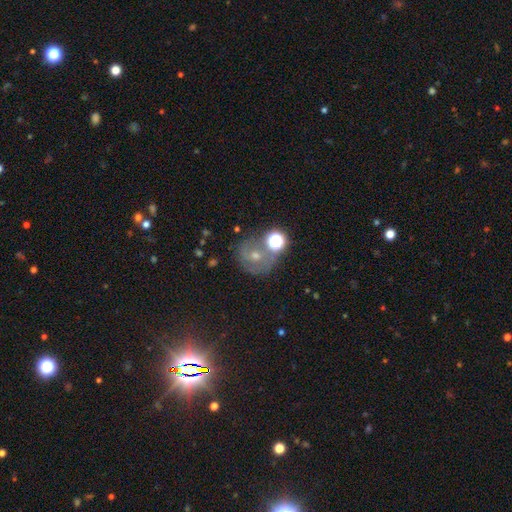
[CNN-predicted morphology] smooth-or-featured: featured or disk: 40% | smooth: 37% | star or artifact: 23%
  merging: none: 57% | merger: 17% | minor disturbance: 16% | major disturbance: 10%